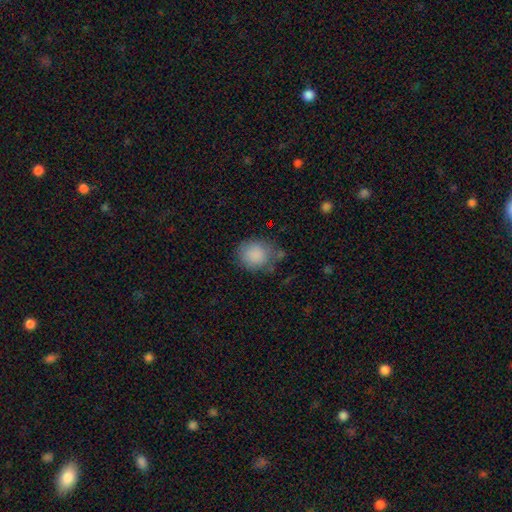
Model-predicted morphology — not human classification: smooth_or_featured: smooth (p=0.87) [alt: star or artifact p=0.08]
how_rounded: round (p=0.72) [alt: in between p=0.27]
merging: none (p=0.64) [alt: minor disturbance p=0.23]